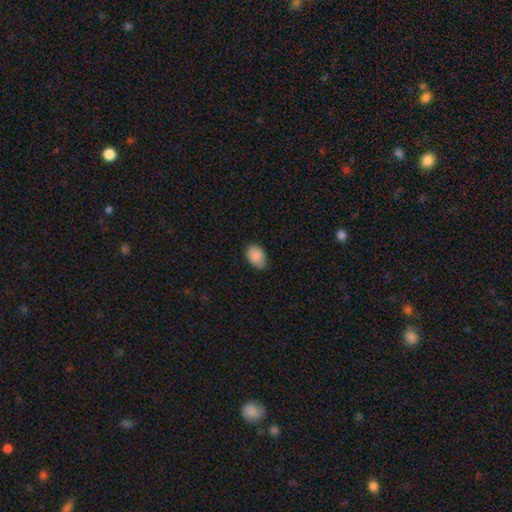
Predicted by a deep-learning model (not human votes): Overall: smooth (89%). How rounded: in between (84%). Merging: none (73%).